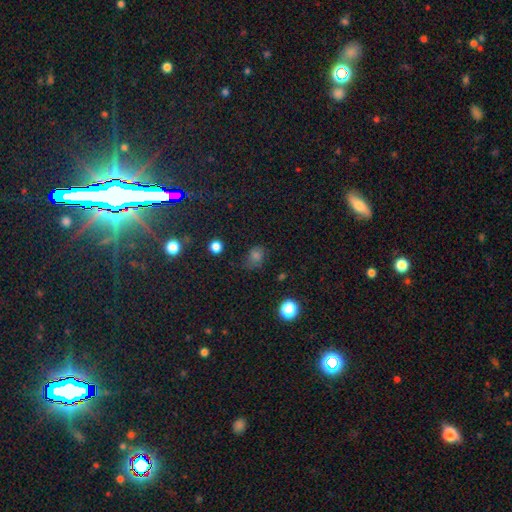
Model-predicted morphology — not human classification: This is likely a smooth galaxy (66%). How rounded: possibly round (53%). Merging: possibly none (57%).